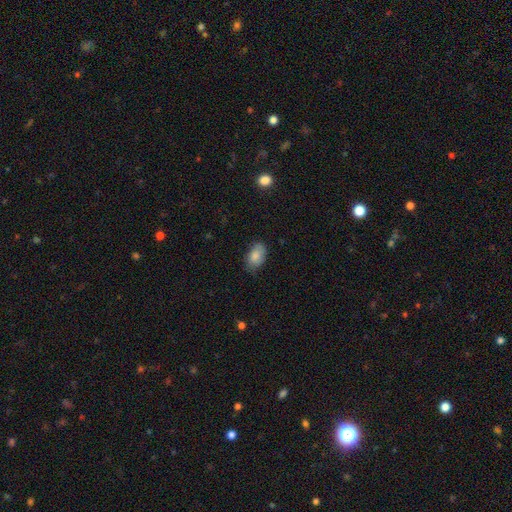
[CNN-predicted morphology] smooth 84%, featured or disk 9%, star or artifact 7%. Down the decision tree: how rounded — in between (89%); merging — none (68%).